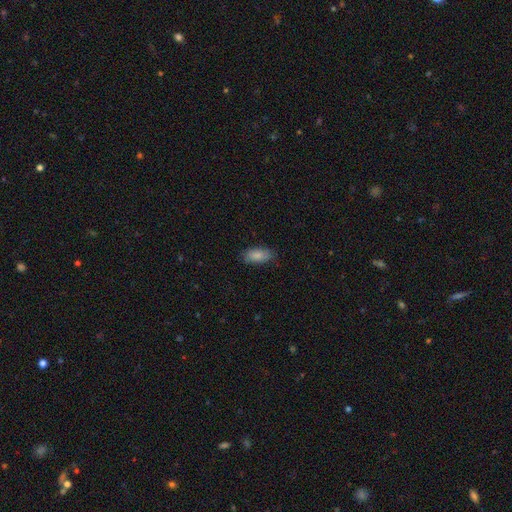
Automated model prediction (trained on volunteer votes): Q: Smooth or featured?
A: smooth (78%); runner-up: featured or disk (12%)
Q: How rounded?
A: in between (86%); runner-up: cigar-shaped (11%)
Q: Merging?
A: none (81%); runner-up: minor disturbance (14%)